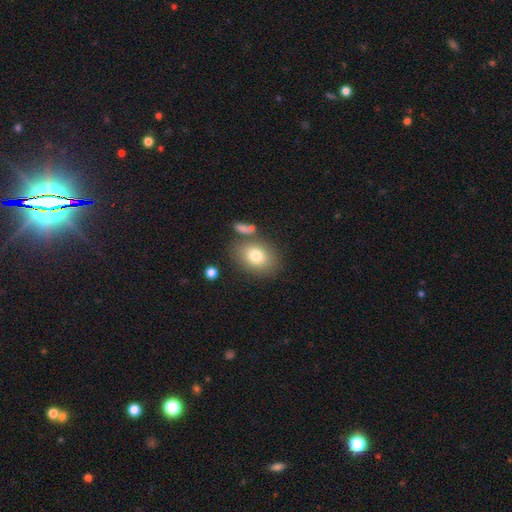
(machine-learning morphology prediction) smooth 78%, featured or disk 13%, star or artifact 9%. Down the decision tree: how rounded — in between (70%); merging — none (71%).